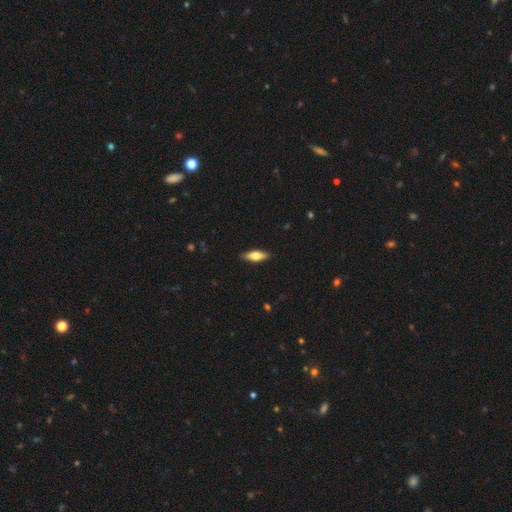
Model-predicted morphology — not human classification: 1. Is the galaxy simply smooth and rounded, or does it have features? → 63% smooth, 31% featured or disk, 6% star or artifact.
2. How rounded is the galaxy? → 63% in between, 35% cigar-shaped, 2% round.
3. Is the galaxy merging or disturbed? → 89% none, 9% minor disturbance, 2% major disturbance, 1% merger.